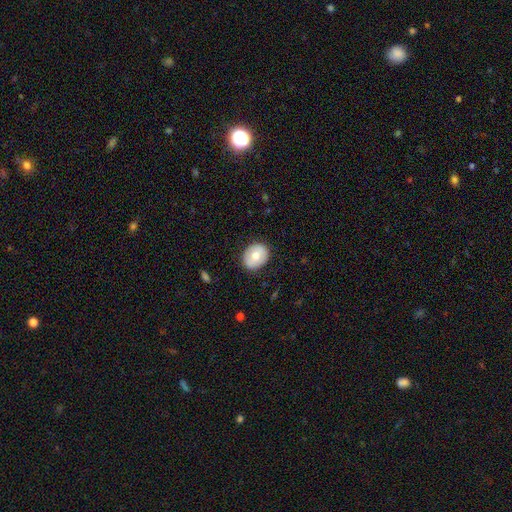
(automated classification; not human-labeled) smooth_or_featured: smooth (p=0.69) [alt: featured or disk p=0.24]
how_rounded: round (p=0.52) [alt: in between p=0.48]
merging: none (p=0.87) [alt: minor disturbance p=0.10]